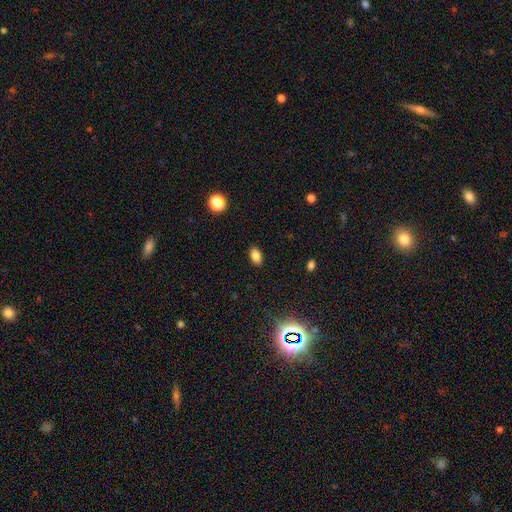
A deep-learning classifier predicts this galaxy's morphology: Smooth or featured? smooth (82%)
How rounded? in between (88%)
Merging? none (88%)